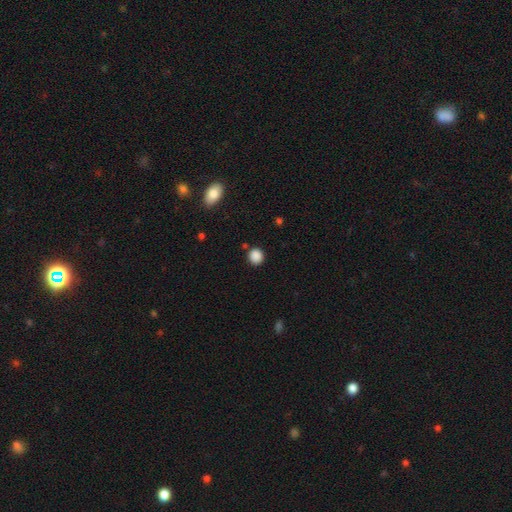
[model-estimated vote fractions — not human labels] This appears to be a smooth galaxy with no disk features (87%) that is round (84%). Merging: none (86%).